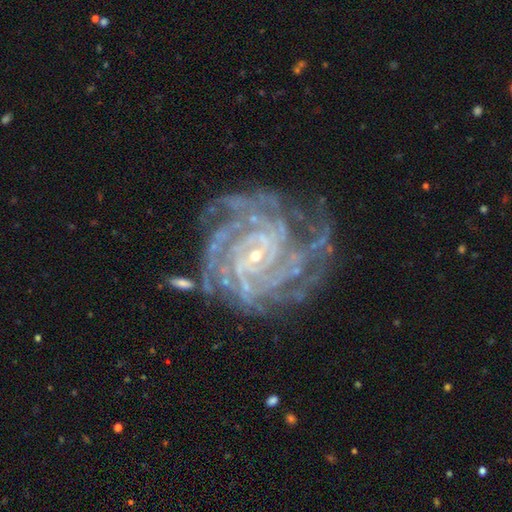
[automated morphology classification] This appears to be a featured or disk galaxy (91%) with no bar (55%), 4 (26%) tight (79%) spiral arms (98%) and a small central bulge (86%). Merging: none (73%).